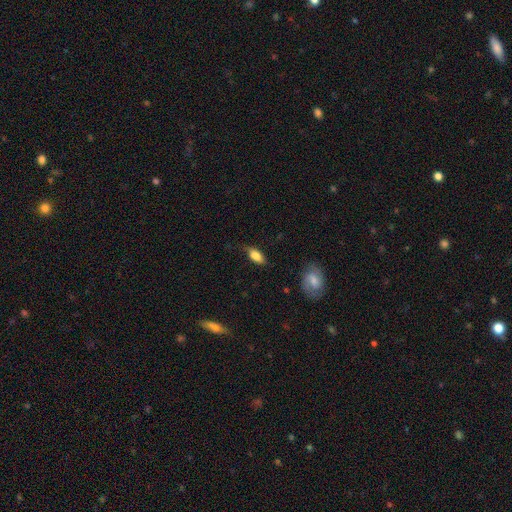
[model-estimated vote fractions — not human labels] Overall: smooth (73%). How rounded: in between (84%). Merging: none (59%; minor disturbance 28%).